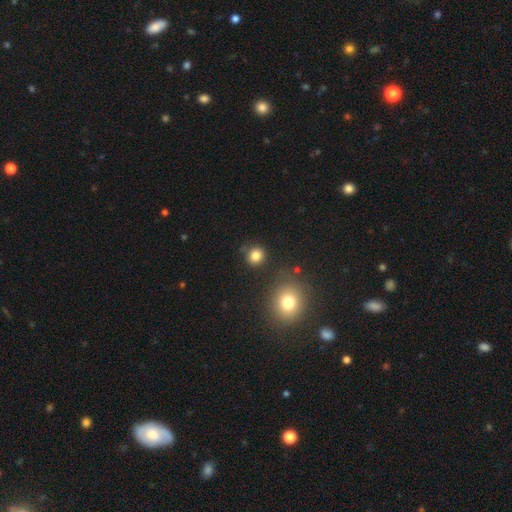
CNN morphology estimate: type=smooth (82%); roundness=round (87%); merging=none (85%).